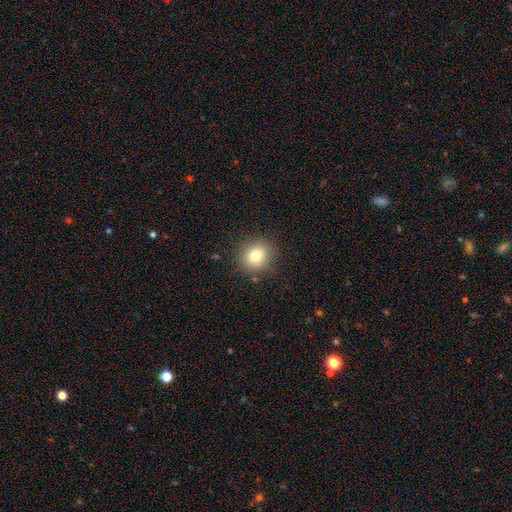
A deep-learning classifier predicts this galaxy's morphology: Smooth or featured?
  - smooth: 79% *
  - star or artifact: 11%
  - featured or disk: 10%
How rounded?
  - round: 77% *
  - in between: 22%
  - cigar-shaped: 1%
Merging?
  - none: 85% *
  - minor disturbance: 10%
  - major disturbance: 3%
  - merger: 2%